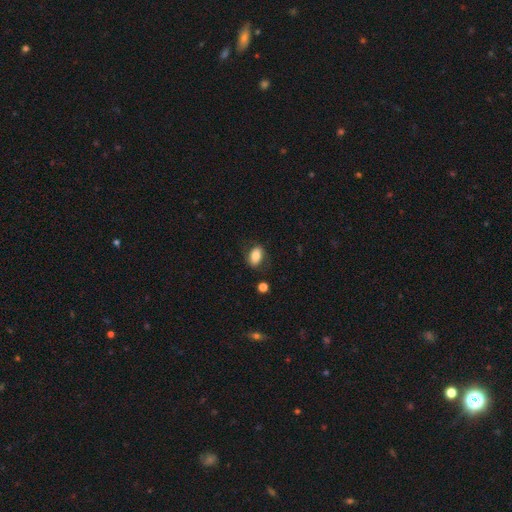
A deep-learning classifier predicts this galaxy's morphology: smooth_or_featured: smooth (p=0.75) [alt: featured or disk p=0.17]
how_rounded: in between (p=0.86) [alt: round p=0.12]
merging: none (p=0.73) [alt: minor disturbance p=0.18]